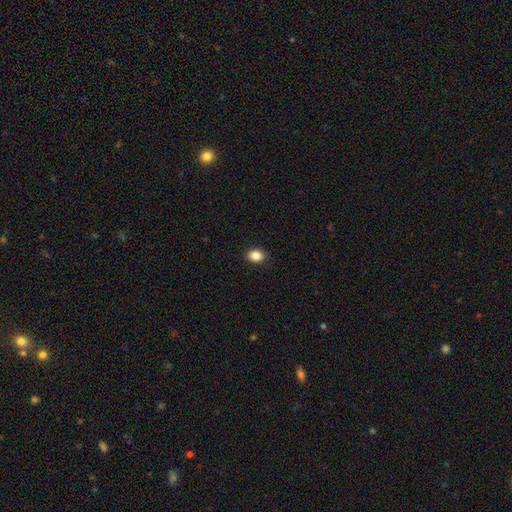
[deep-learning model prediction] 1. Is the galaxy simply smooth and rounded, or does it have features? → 86% smooth, 9% star or artifact, 5% featured or disk.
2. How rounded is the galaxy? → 60% in between, 39% round, 1% cigar-shaped.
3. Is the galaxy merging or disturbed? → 89% none, 8% minor disturbance, 2% major disturbance, 1% merger.